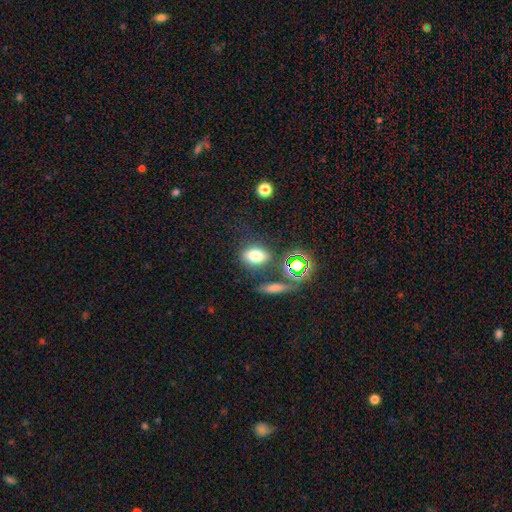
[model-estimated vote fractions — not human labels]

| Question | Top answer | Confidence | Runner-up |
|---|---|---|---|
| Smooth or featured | smooth | 70% | star or artifact (17%) |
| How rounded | in between | 74% | round (21%) |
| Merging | none | 74% | minor disturbance (13%) |